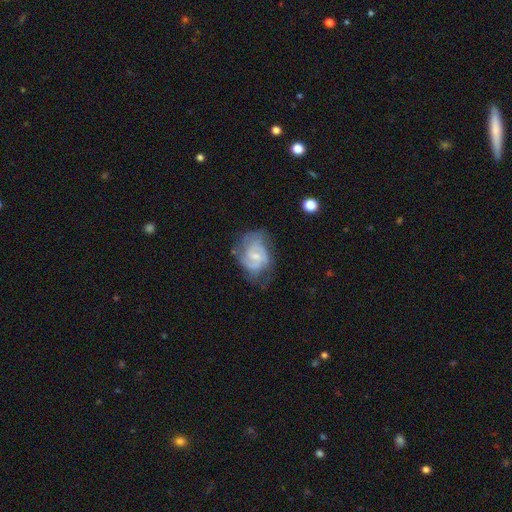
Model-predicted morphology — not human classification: type=featured or disk (78%); edge-on=no (98%); bar=weak (50%); spiral arms=yes (91%); winding=medium (45%); arm count=2 (45%); bulge=small (57%); merging=none (54%).